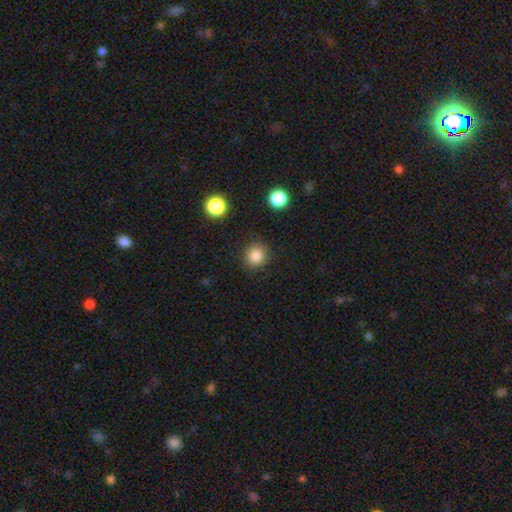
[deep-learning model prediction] Q: Smooth or featured?
A: smooth (85%); runner-up: star or artifact (11%)
Q: How rounded?
A: round (89%); runner-up: in between (11%)
Q: Merging?
A: none (88%); runner-up: minor disturbance (8%)